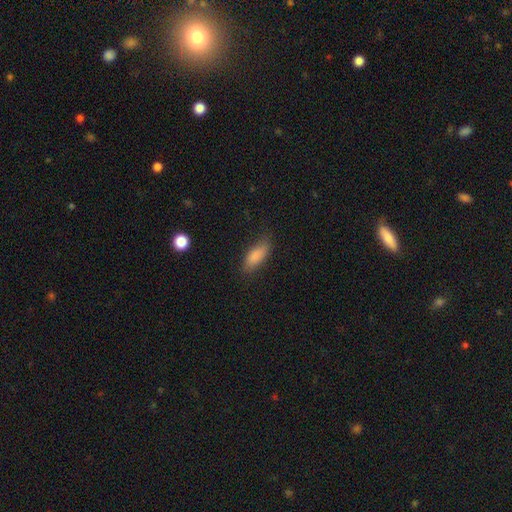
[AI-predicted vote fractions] smooth-or-featured: smooth: 85% | featured or disk: 8% | star or artifact: 7%
  how-rounded: in between: 78% | cigar-shaped: 20% | round: 2%
  merging: none: 74% | minor disturbance: 20% | major disturbance: 5% | merger: 1%